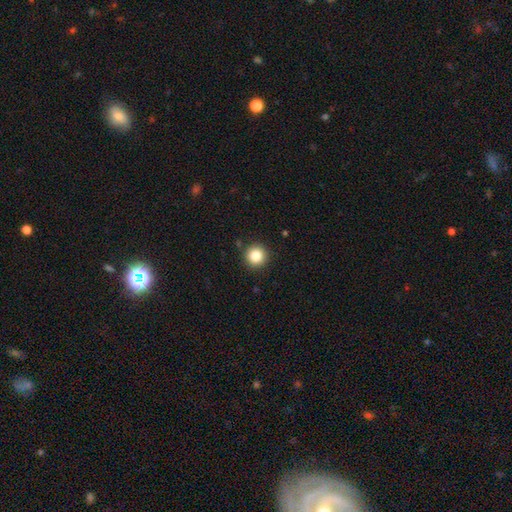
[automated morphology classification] Smooth or featured? Predicted: smooth (p=0.84). How rounded? Predicted: round (p=0.95). Merging? Predicted: none (p=0.90).